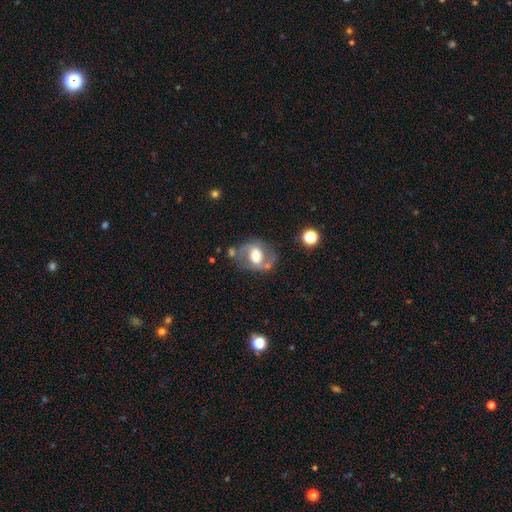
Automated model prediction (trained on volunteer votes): Smooth or featured? Predicted: featured or disk (p=0.66). Edge-on disk? Predicted: no (p=0.96). Bar? Predicted: no (p=0.41). Spiral arms? Predicted: yes (p=0.73). Bulge size? Predicted: moderate (p=0.48). Merging? Predicted: none (p=0.59).